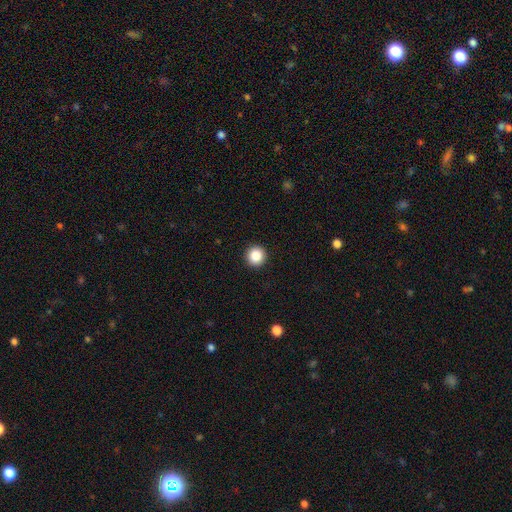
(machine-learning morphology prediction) type=smooth (87%); roundness=round (95%); merging=none (93%).